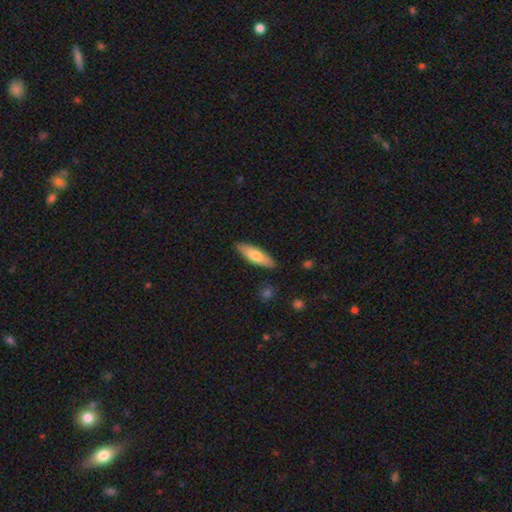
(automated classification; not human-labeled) Smooth or featured? smooth (70%)
How rounded? cigar-shaped (52%)
Merging? none (87%)